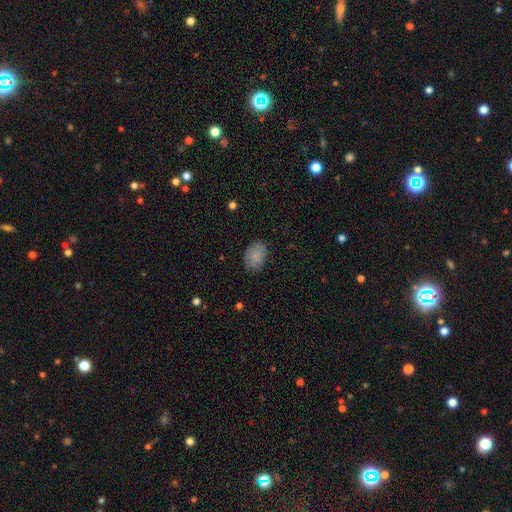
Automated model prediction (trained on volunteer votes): smooth 84%, featured or disk 8%, star or artifact 8%. Down the decision tree: how rounded — in between (82%); merging — none (82%).